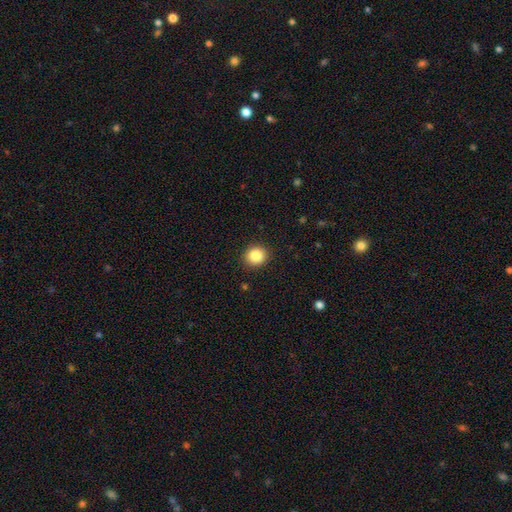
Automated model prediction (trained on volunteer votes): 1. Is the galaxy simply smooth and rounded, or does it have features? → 86% smooth, 10% star or artifact, 4% featured or disk.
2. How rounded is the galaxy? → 84% round, 15% in between, 1% cigar-shaped.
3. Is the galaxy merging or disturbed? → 91% none, 6% minor disturbance, 2% major disturbance, 1% merger.